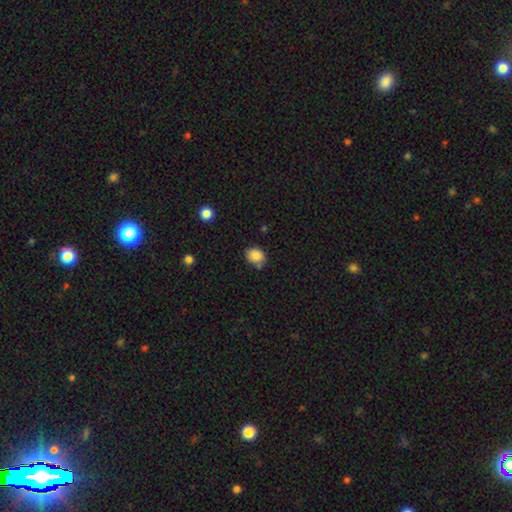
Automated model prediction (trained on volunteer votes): smooth 86%, star or artifact 9%, featured or disk 5%. Down the decision tree: how rounded — in between (50%); merging — none (67%).